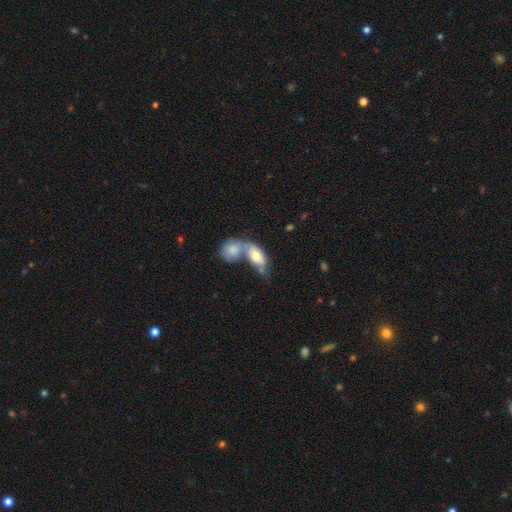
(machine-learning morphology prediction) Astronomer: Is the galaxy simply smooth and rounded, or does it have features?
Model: smooth — 69%.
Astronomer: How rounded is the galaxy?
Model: in between — 84%.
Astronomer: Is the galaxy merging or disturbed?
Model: merger — 71%.